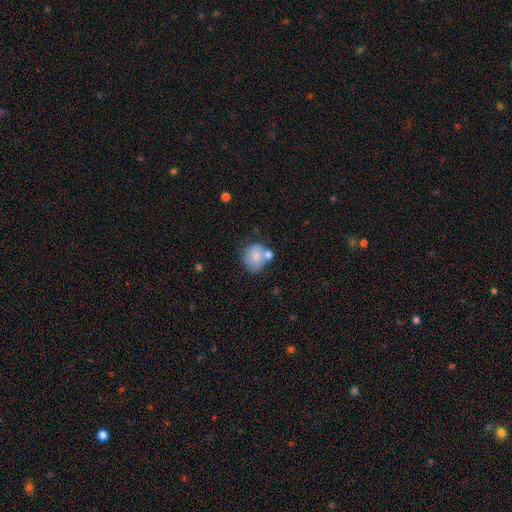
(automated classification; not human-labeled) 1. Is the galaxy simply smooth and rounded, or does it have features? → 77% smooth, 15% featured or disk, 8% star or artifact.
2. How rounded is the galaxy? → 78% round, 21% in between, 1% cigar-shaped.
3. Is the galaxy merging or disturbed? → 51% none, 26% merger, 17% minor disturbance, 6% major disturbance.